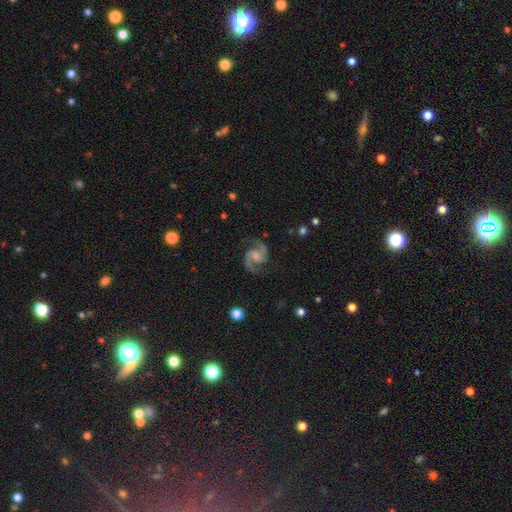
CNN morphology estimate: Q: Smooth or featured?
A: featured or disk (92%); runner-up: star or artifact (5%)
Q: Edge-on disk?
A: no (98%); runner-up: yes (2%)
Q: Bar?
A: no (45%); runner-up: weak (43%)
Q: Spiral arms?
A: yes (99%); runner-up: no (1%)
Q: Spiral winding?
A: medium (65%); runner-up: loose (21%)
Q: Spiral arm count?
A: 2 (95%); runner-up: can't tell (1%)
Q: Bulge size?
A: moderate (31%); tied with: small (31%)
Q: Merging?
A: none (83%); runner-up: minor disturbance (11%)